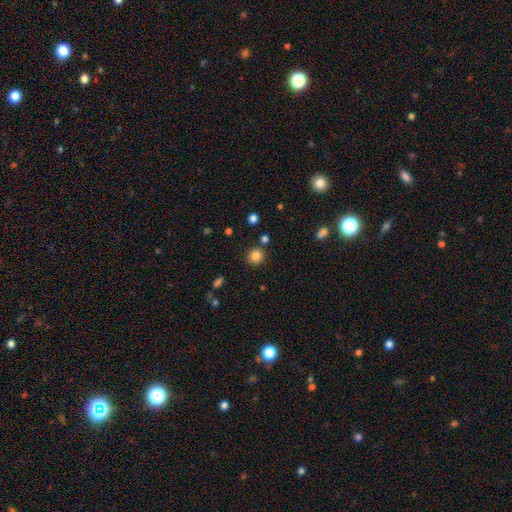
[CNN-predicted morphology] Overall: smooth (84%). How rounded: round (90%). Merging: none (86%).